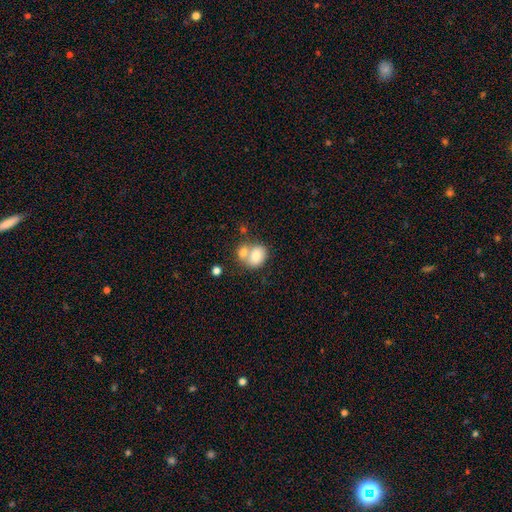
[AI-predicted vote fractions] smooth_or_featured: smooth (p=0.77) [alt: featured or disk p=0.15]
how_rounded: in between (p=0.56) [alt: round p=0.43]
merging: merger (p=0.55) [alt: none p=0.31]